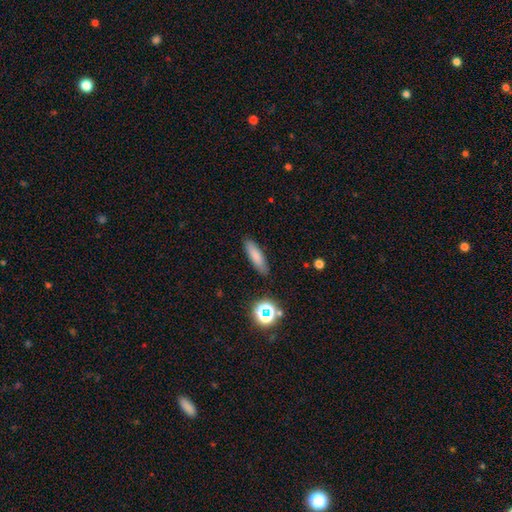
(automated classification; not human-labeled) Morphology: type=smooth (79%); roundness=cigar-shaped (66%); merging=none (88%).